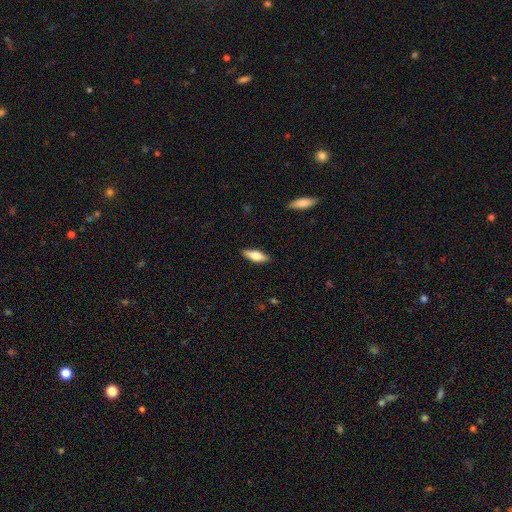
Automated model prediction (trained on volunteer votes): Smooth or featured: smooth — 62% (featured or disk — 32%)
How rounded: in between — 60% (cigar-shaped — 38%)
Merging: none — 88% (minor disturbance — 9%)